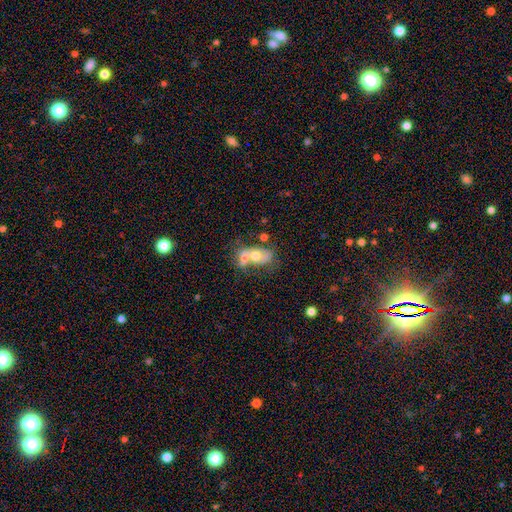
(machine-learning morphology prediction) A smooth galaxy with no disk features (49%).

Vote fractions:
- Smooth or featured? smooth: 49% / featured or disk: 42% / star or artifact: 9%
- Merging? merger: 63% / none: 19% / minor disturbance: 10% / major disturbance: 8%